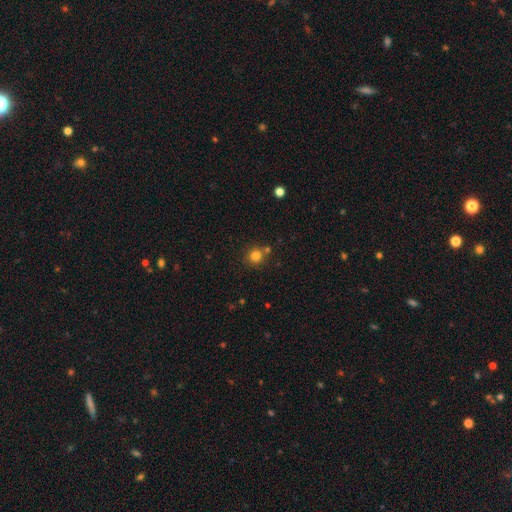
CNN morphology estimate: Smooth or featured: smooth — 81% (star or artifact — 13%)
How rounded: round — 91% (in between — 8%)
Merging: none — 75% (merger — 13%)